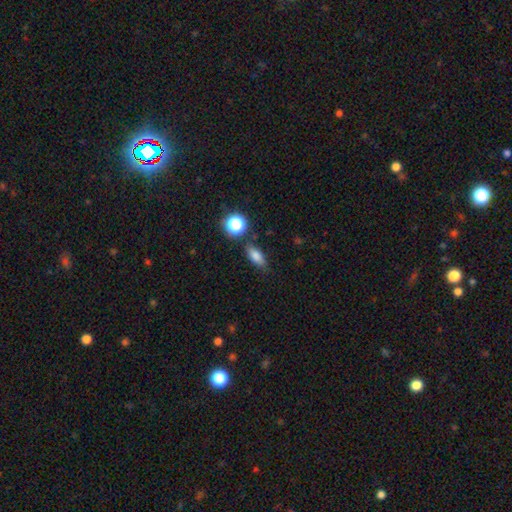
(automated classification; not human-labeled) smooth_or_featured: smooth (p=0.78) [alt: star or artifact p=0.12]
how_rounded: in between (p=0.70) [alt: cigar-shaped p=0.20]
merging: none (p=0.79) [alt: minor disturbance p=0.13]